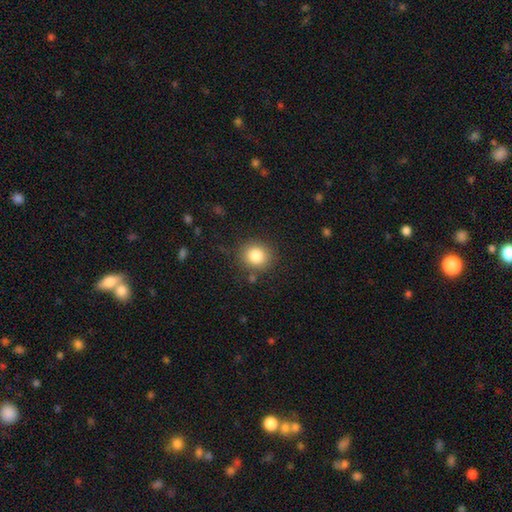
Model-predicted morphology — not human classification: Smooth or featured? Predicted: smooth (p=0.83). How rounded? Predicted: round (p=0.85). Merging? Predicted: none (p=0.86).